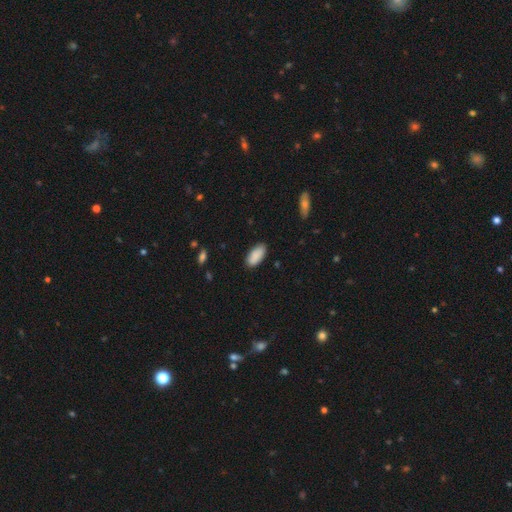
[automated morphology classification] smooth_or_featured: smooth (p=0.90) [alt: star or artifact p=0.06]
how_rounded: in between (p=0.91) [alt: cigar-shaped p=0.07]
merging: none (p=0.87) [alt: minor disturbance p=0.10]